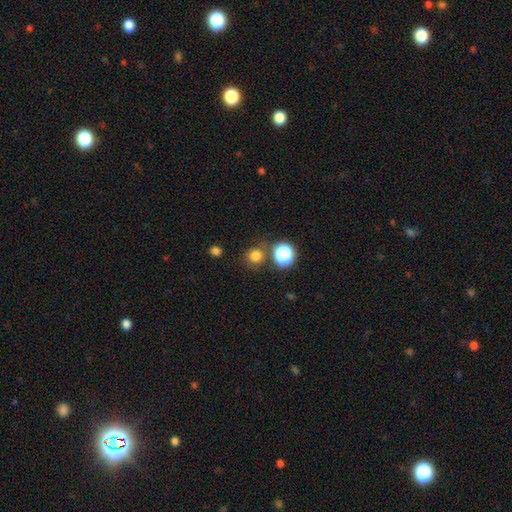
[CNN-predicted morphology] Smooth or featured?
  - smooth: 77% *
  - star or artifact: 18%
  - featured or disk: 5%
How rounded?
  - round: 90% *
  - in between: 9%
  - cigar-shaped: 1%
Merging?
  - none: 77% *
  - minor disturbance: 10%
  - merger: 9%
  - major disturbance: 4%